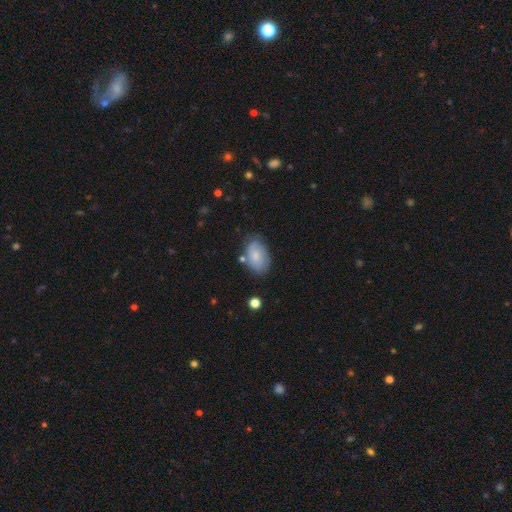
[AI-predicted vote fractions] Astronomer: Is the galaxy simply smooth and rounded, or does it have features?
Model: smooth — 70%.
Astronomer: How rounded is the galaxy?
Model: in between — 89%.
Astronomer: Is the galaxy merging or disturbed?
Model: none — 66%.